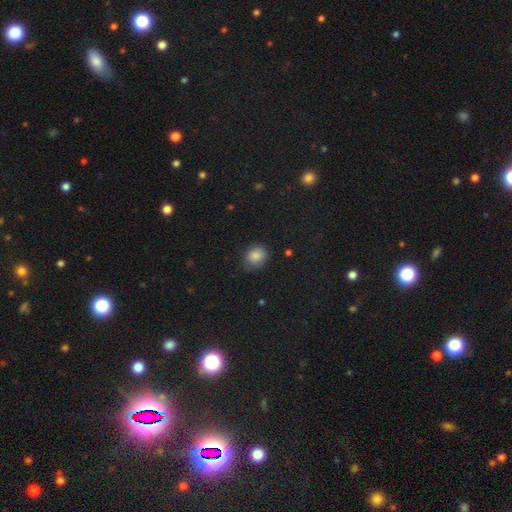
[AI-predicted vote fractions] A smooth galaxy with no disk features (80%) that is round (63%).

Vote fractions:
- Smooth or featured? smooth: 80% / star or artifact: 11% / featured or disk: 9%
- How rounded? round: 63% / in between: 36% / cigar-shaped: 1%
- Merging? none: 68% / minor disturbance: 25% / major disturbance: 6% / merger: 1%